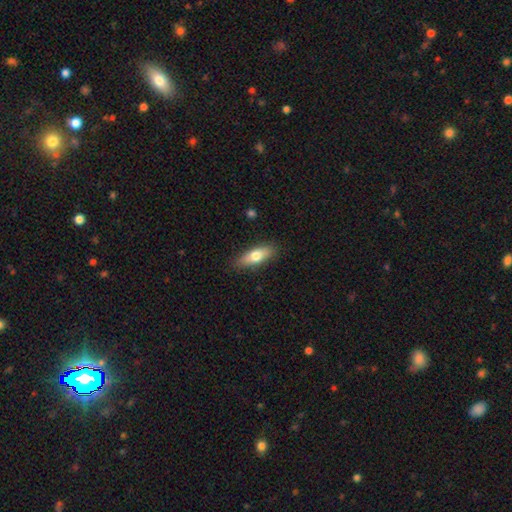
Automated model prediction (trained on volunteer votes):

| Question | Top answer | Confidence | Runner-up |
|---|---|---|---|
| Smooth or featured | smooth | 68% | featured or disk (26%) |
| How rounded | in between | 62% | cigar-shaped (35%) |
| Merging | none | 85% | minor disturbance (12%) |